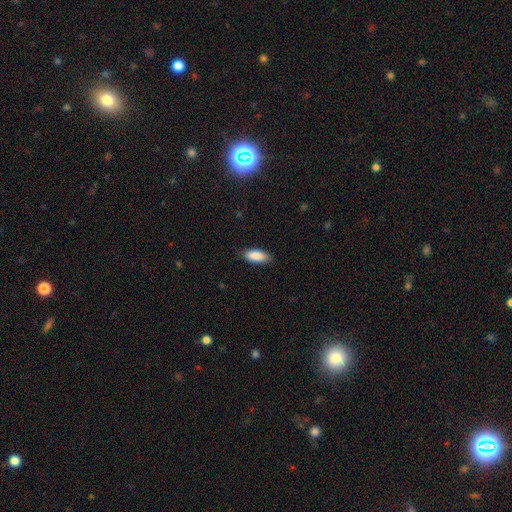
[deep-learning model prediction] The model was most divided on "how rounded": in between: 80%, cigar-shaped: 18%, round: 2%. More confident: smooth or featured — smooth (88%); merging — none (84%).